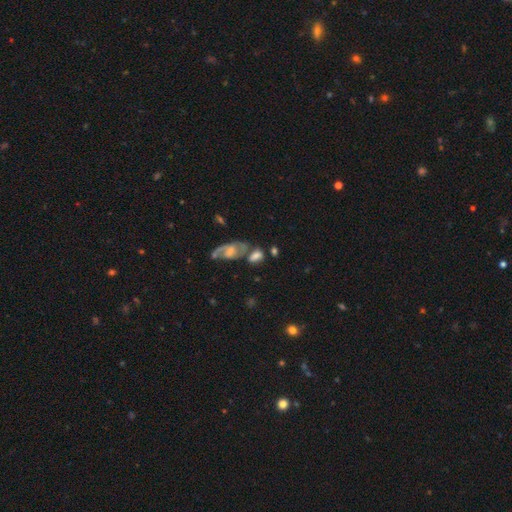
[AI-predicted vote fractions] A smooth galaxy with no disk features (59%) that is in between round and cigar-shaped (78%). Merging: none (39%).